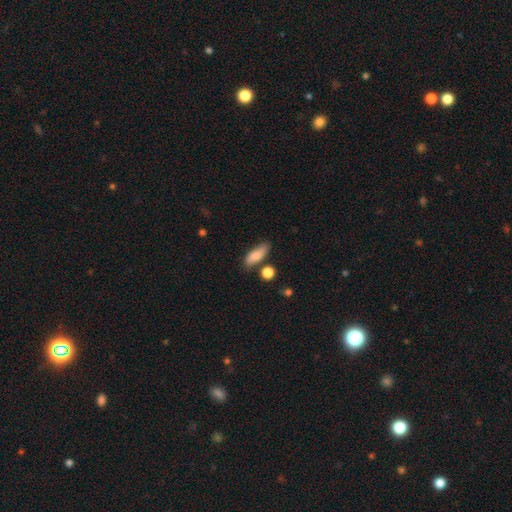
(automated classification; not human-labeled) Q: Smooth or featured?
A: smooth (79%); runner-up: featured or disk (14%)
Q: How rounded?
A: in between (66%); runner-up: cigar-shaped (29%)
Q: Merging?
A: none (71%); runner-up: minor disturbance (17%)